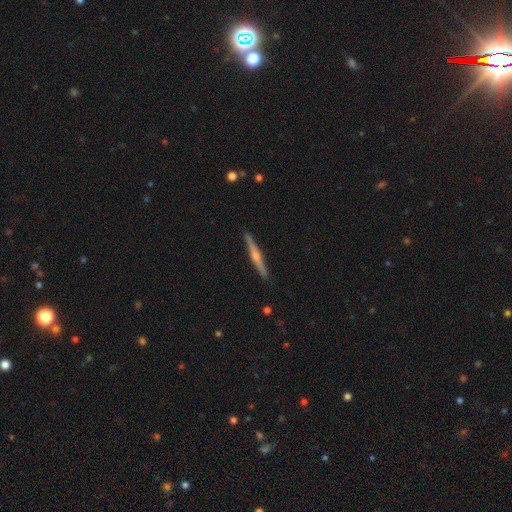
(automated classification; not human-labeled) featured or disk 67%, smooth 25%, star or artifact 8%. Down the decision tree: edge-on disk — yes (96%); edge-on bulge — rounded (78%); merging — none (88%).